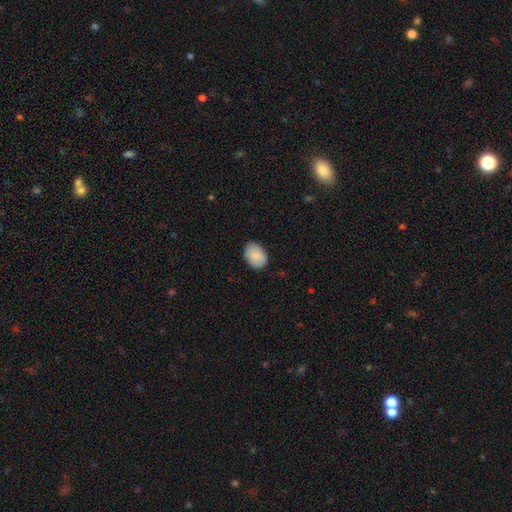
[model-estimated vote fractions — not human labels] This appears to be a smooth galaxy with no disk features (89%) that is in between round and cigar-shaped (79%). Merging: none (84%).